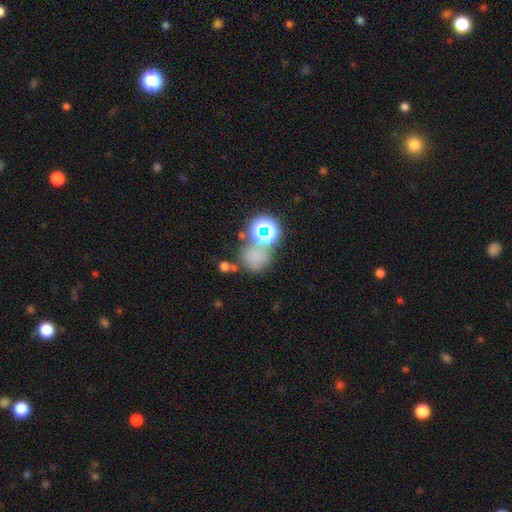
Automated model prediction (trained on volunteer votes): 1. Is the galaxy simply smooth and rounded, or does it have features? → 62% smooth, 27% star or artifact, 10% featured or disk.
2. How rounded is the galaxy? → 82% round, 16% in between, 1% cigar-shaped.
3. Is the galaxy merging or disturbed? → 54% none, 23% merger, 14% minor disturbance, 9% major disturbance.